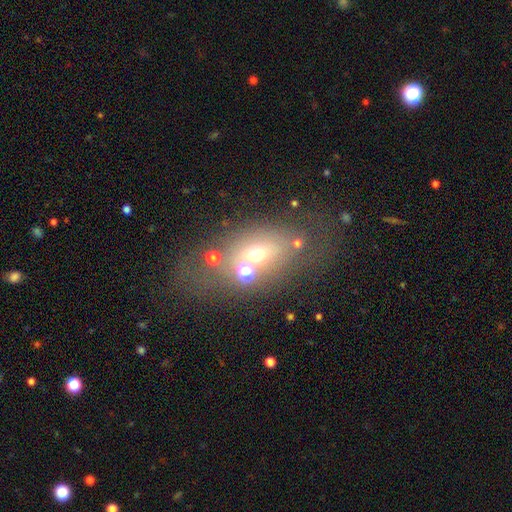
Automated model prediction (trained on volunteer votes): Q: Smooth or featured?
A: smooth (50%); runner-up: featured or disk (27%)
Q: Merging?
A: none (49%); runner-up: minor disturbance (18%)